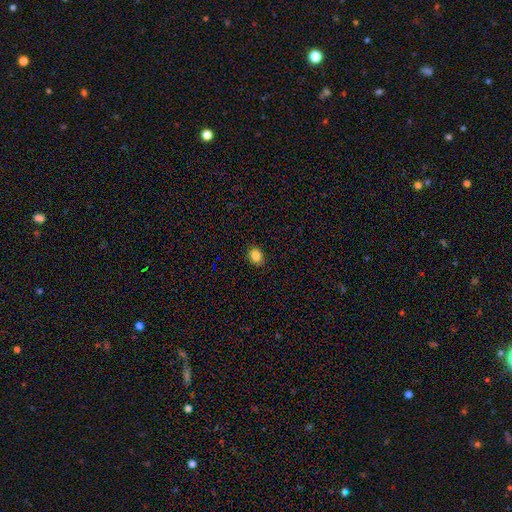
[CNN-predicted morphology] Smooth or featured: smooth — 84% (star or artifact — 10%)
How rounded: in between — 52% (round — 47%)
Merging: none — 88% (minor disturbance — 9%)